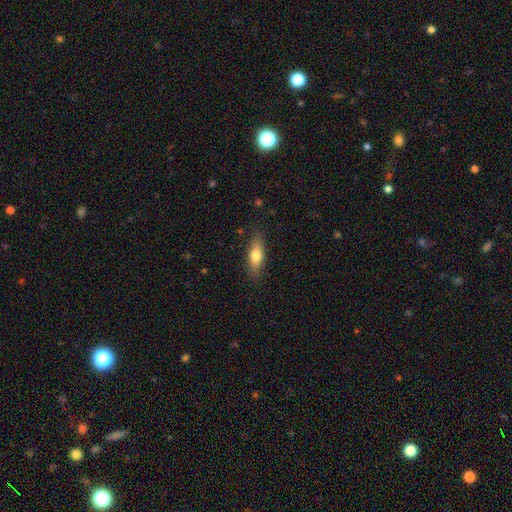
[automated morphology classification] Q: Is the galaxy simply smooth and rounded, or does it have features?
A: smooth — 72%.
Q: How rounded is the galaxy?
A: in between — 62%.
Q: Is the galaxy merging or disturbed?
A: none — 83%.